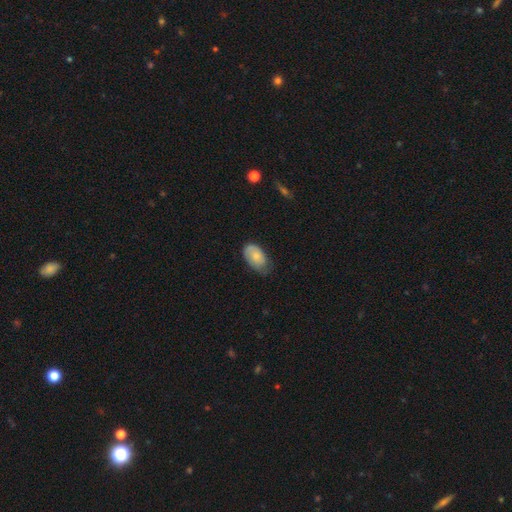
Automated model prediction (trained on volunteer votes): This is likely a smooth galaxy (74%). How rounded: clearly in between (92%). Merging: possibly none (55%).